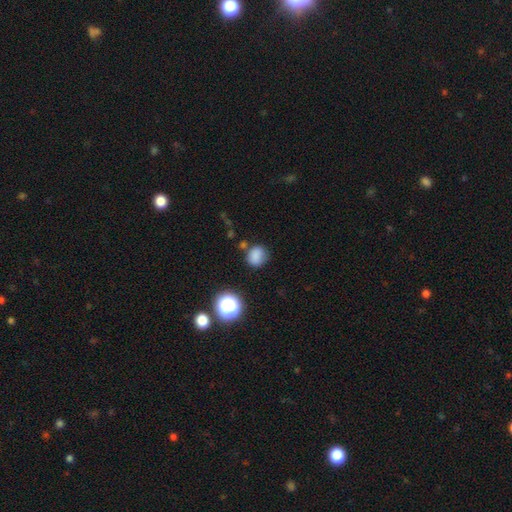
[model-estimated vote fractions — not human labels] Overall: smooth (79%). How rounded: round (69%). Merging: none (72%).